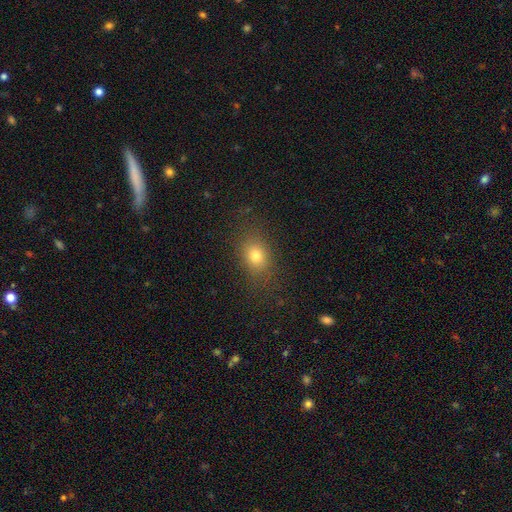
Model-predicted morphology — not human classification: Q: Smooth or featured?
A: smooth (76%); runner-up: star or artifact (14%)
Q: How rounded?
A: in between (61%); runner-up: round (37%)
Q: Merging?
A: none (82%); runner-up: minor disturbance (12%)